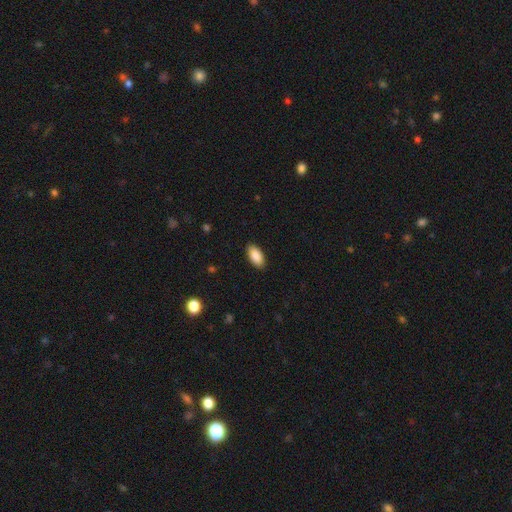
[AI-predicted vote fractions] Smooth or featured? Predicted: smooth (p=0.89). How rounded? Predicted: in between (p=0.93). Merging? Predicted: none (p=0.90).